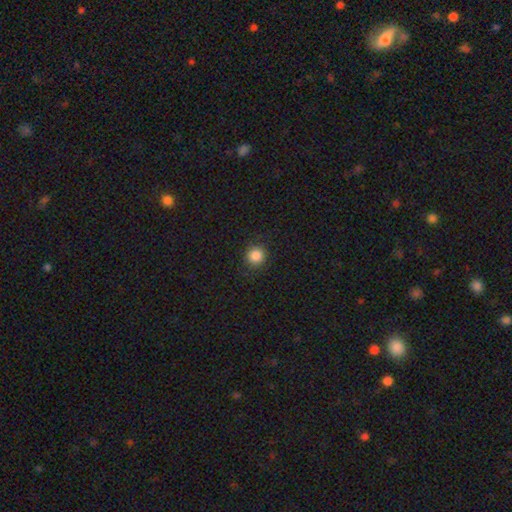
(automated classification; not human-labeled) smooth 86%, star or artifact 11%, featured or disk 3%. Down the decision tree: how rounded — round (93%); merging — none (90%).